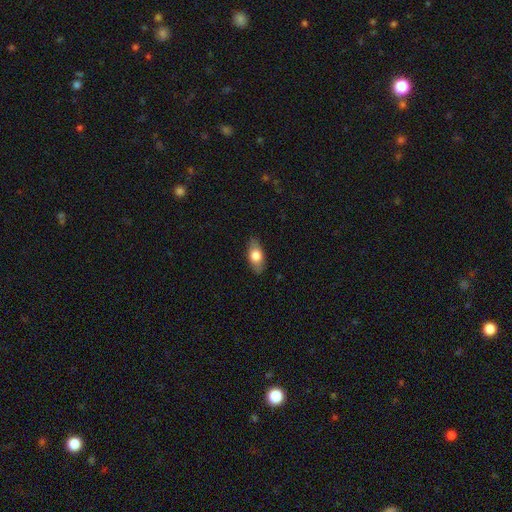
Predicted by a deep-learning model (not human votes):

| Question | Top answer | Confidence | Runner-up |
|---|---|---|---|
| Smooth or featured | smooth | 71% | featured or disk (22%) |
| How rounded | in between | 86% | cigar-shaped (9%) |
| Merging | none | 86% | minor disturbance (11%) |